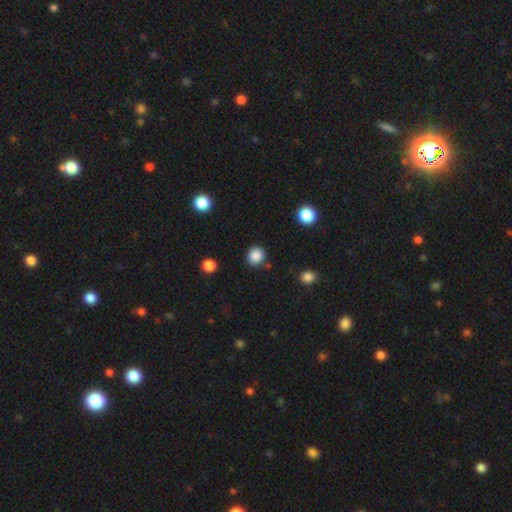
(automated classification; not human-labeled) Smooth or featured? smooth (86%)
How rounded? round (87%)
Merging? none (85%)